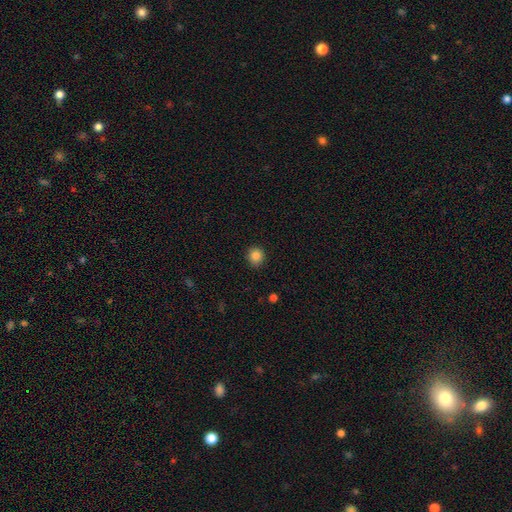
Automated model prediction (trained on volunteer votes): Smooth or featured? Predicted: smooth (p=0.85). How rounded? Predicted: round (p=0.90). Merging? Predicted: none (p=0.89).